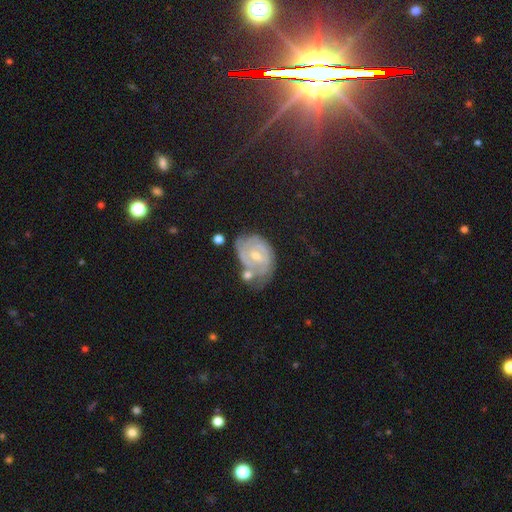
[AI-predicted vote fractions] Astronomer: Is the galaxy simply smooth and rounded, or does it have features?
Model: featured or disk — 79%.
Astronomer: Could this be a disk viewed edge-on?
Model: no — 97%.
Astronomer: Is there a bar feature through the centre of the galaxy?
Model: weak — 47% (runner-up: no, 43%).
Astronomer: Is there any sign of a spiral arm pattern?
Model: yes — 91%.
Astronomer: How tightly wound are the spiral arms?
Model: tight — 70%.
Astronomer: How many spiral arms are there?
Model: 2 — 49% (runner-up: can't tell, 28%).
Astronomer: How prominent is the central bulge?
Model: small — 49% (runner-up: moderate, 47%).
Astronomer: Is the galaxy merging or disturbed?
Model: none — 49% (runner-up: minor disturbance, 25%).